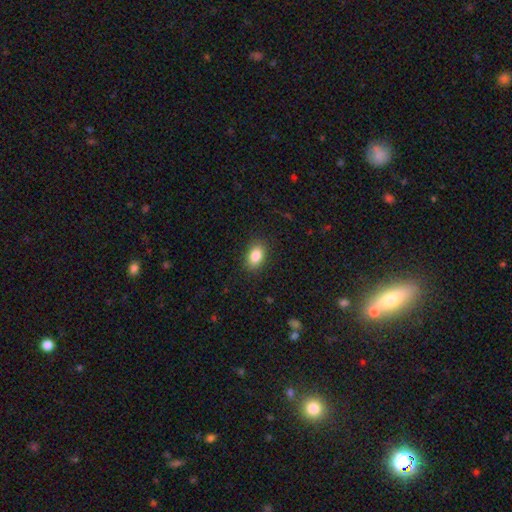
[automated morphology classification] type=smooth (86%); roundness=in between (86%); merging=none (88%).